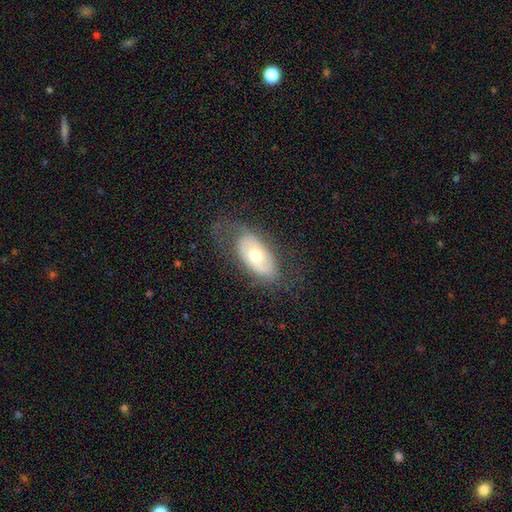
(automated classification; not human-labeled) Smooth or featured? featured or disk (51%)
Edge-on disk? no (85%)
Merging? none (66%)